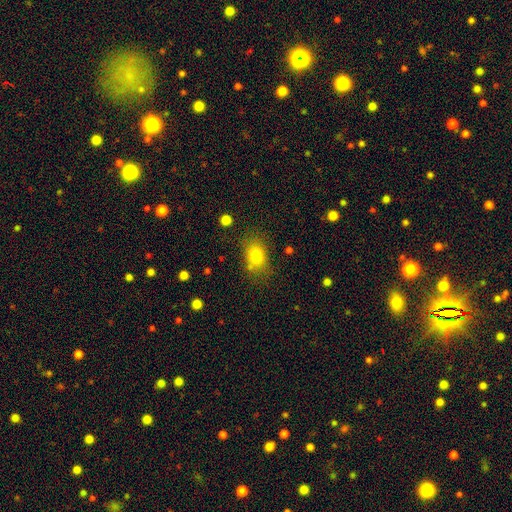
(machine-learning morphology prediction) smooth 80%, star or artifact 11%, featured or disk 9%. Down the decision tree: how rounded — in between (68%); merging — none (73%).